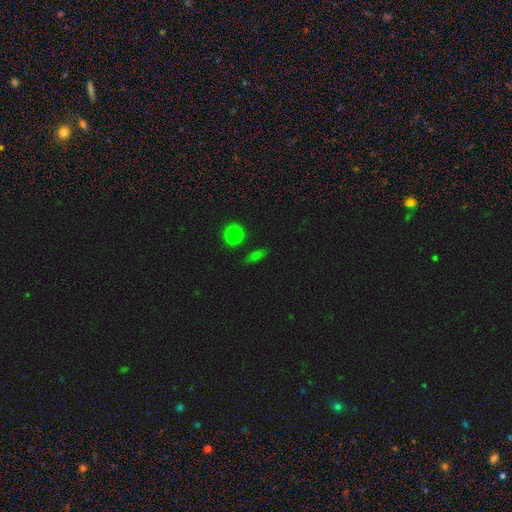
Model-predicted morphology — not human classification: Smooth or featured: smooth — 57% (star or artifact — 28%)
How rounded: in between — 48% (round — 28%)
Merging: none — 84% (minor disturbance — 10%)